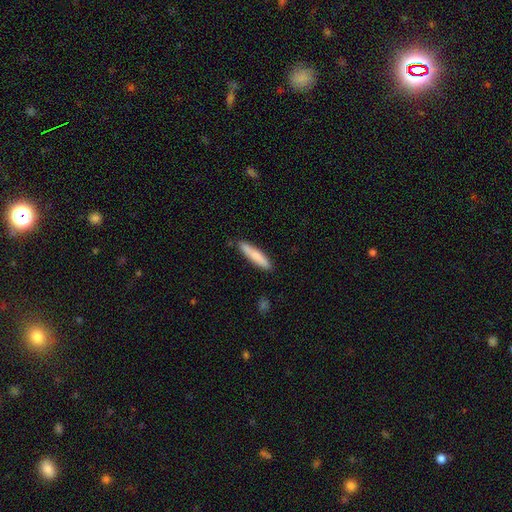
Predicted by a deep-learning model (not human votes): Smooth or featured? smooth (81%)
How rounded? cigar-shaped (88%)
Merging? none (86%)